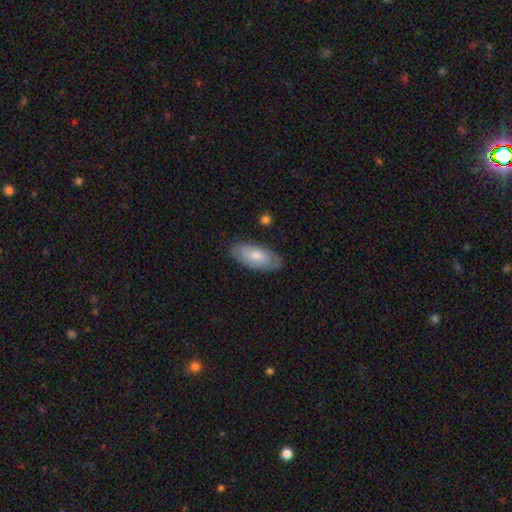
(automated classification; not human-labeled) The model was most divided on "smooth or featured": smooth: 69%, featured or disk: 25%, star or artifact: 5%. More confident: how rounded — in between (88%); merging — none (80%).